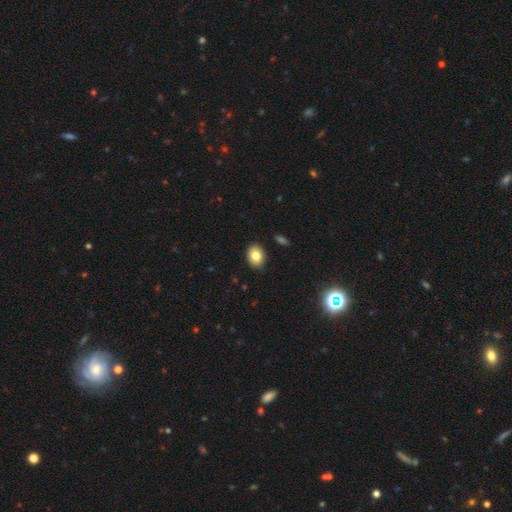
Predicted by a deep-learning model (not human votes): A smooth galaxy with no disk features (82%) that is in between round and cigar-shaped (67%). Merging: none (88%).